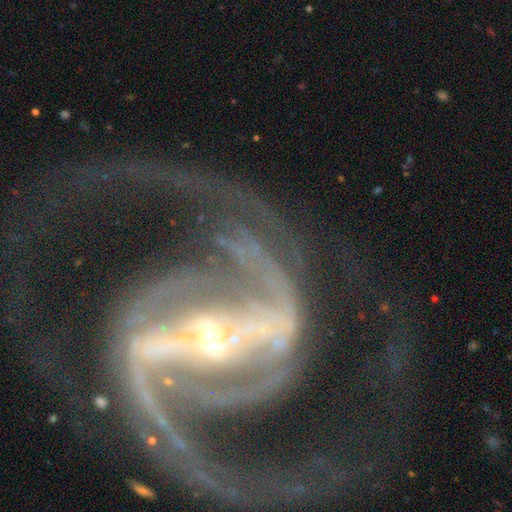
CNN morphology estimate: type=featured or disk (93%); edge-on=no (98%); bar=strong (81%); spiral arms=yes (98%); winding=medium (57%); arm count=2 (88%); bulge=small (73%); merging=none (62%).